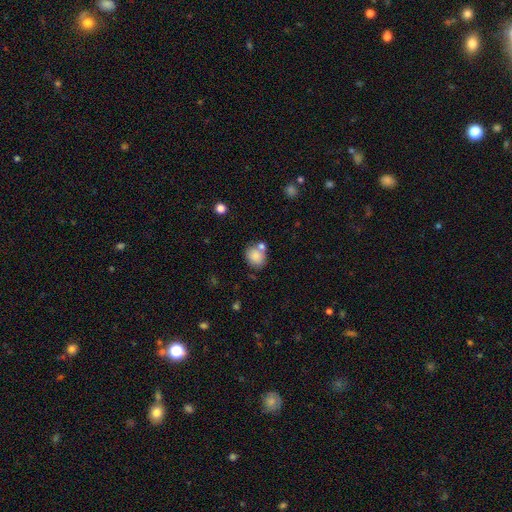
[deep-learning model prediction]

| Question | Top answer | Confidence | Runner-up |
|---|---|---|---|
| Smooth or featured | smooth | 83% | star or artifact (9%) |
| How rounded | round | 63% | in between (36%) |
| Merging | none | 60% | merger (22%) |